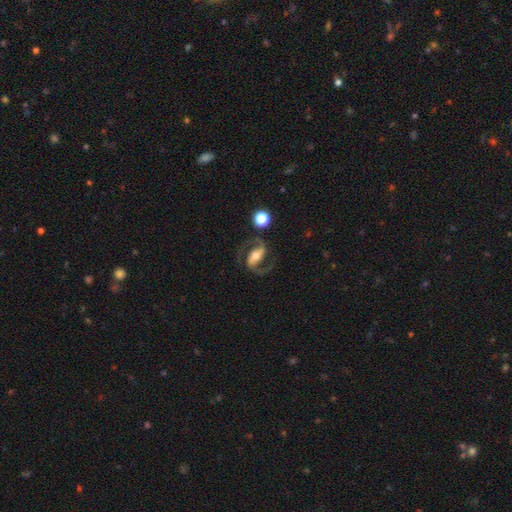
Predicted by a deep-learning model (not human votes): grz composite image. It shows a featured or disk galaxy (88%) with a strong bar (51%), 2 (93%) medium (55%) spiral arms (97%) and a moderate central bulge (61%). Merging: none (76%).